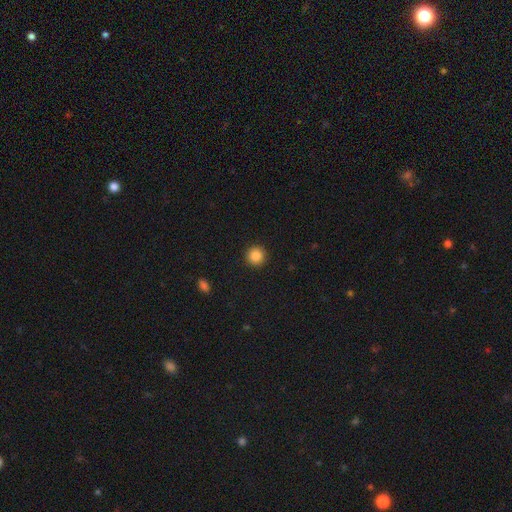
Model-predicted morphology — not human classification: Smooth or featured? Predicted: smooth (p=0.86). How rounded? Predicted: round (p=0.95). Merging? Predicted: none (p=0.93).